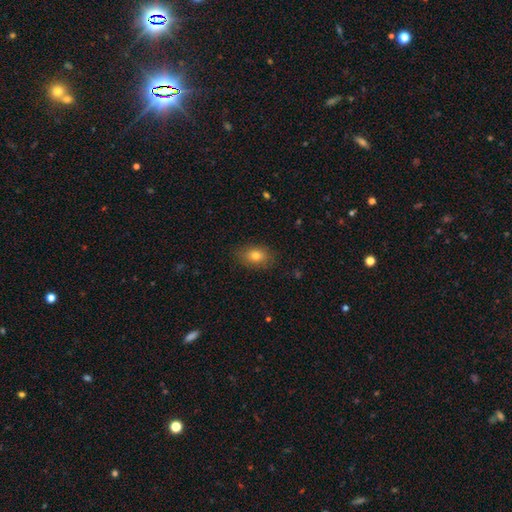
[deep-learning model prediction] This is likely a smooth galaxy (78%). How rounded: likely in between (77%). Merging: clearly none (83%).